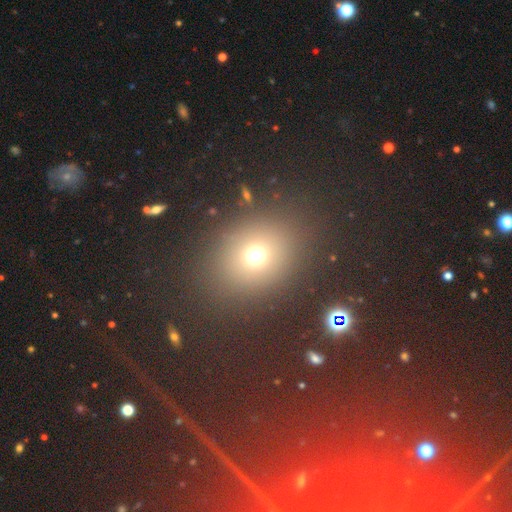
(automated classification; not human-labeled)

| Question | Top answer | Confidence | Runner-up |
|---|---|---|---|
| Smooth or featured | smooth | 69% | star or artifact (22%) |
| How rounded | round | 70% | in between (29%) |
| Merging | none | 81% | minor disturbance (9%) |